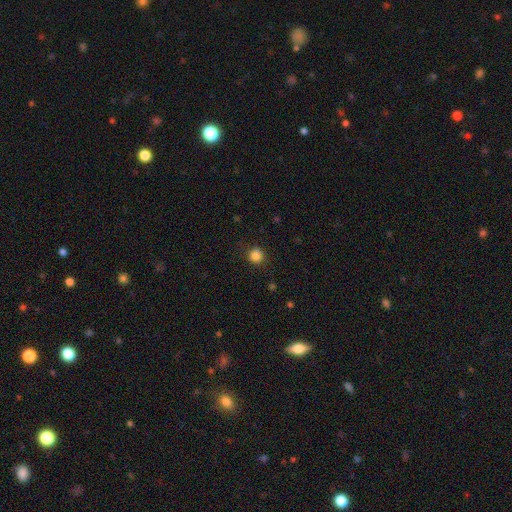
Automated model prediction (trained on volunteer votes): The model was most divided on "smooth or featured": smooth: 84%, star or artifact: 12%, featured or disk: 4%. More confident: how rounded — round (90%); merging — none (86%).